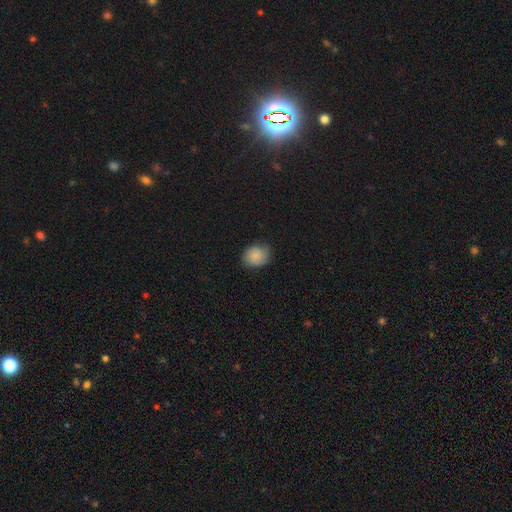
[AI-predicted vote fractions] Q: Smooth or featured?
A: smooth (87%); runner-up: star or artifact (7%)
Q: How rounded?
A: round (59%); runner-up: in between (40%)
Q: Merging?
A: none (78%); runner-up: minor disturbance (18%)